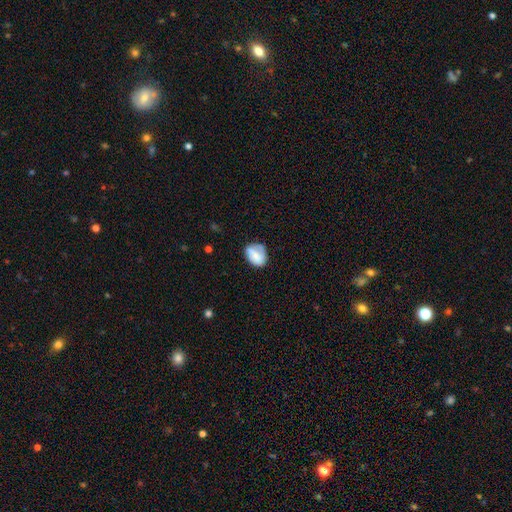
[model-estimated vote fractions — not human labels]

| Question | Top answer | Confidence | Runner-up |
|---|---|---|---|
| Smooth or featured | smooth | 72% | featured or disk (20%) |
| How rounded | in between | 58% | round (41%) |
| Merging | none | 55% | minor disturbance (30%) |